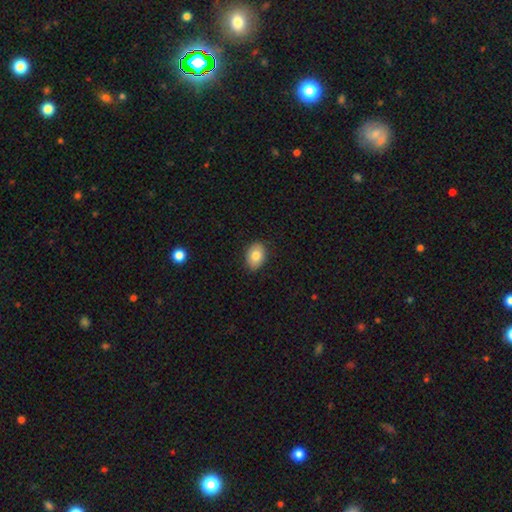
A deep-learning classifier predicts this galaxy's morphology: Smooth or featured: smooth — 81% (featured or disk — 12%)
How rounded: in between — 78% (round — 21%)
Merging: none — 86% (minor disturbance — 11%)